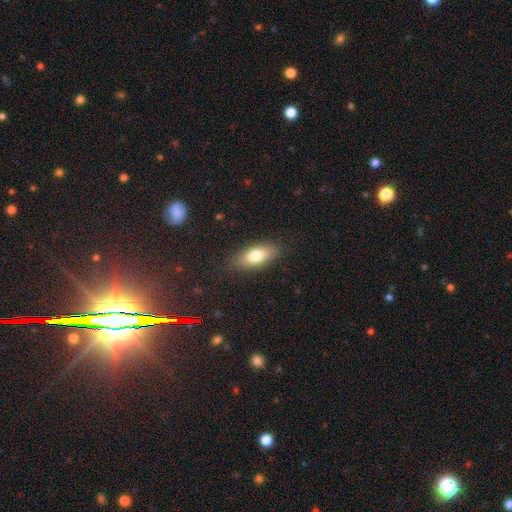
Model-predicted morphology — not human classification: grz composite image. It shows a smooth galaxy with no disk features (76%) that is in between round and cigar-shaped (80%). Merging: none (85%).